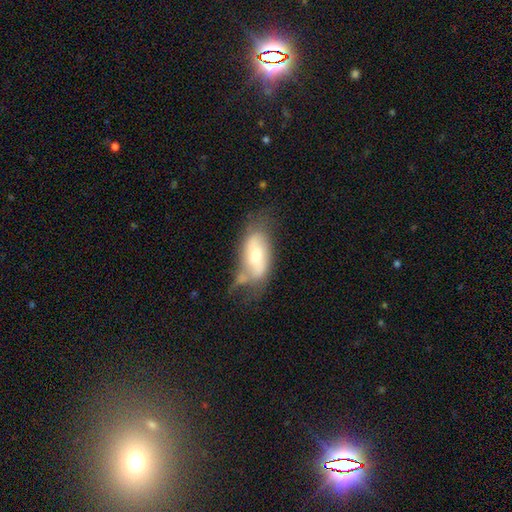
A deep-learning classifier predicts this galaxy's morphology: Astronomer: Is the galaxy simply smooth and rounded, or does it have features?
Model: smooth — 50% (runner-up: featured or disk, 43%).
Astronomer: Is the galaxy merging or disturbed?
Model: none — 40% (runner-up: minor disturbance, 29%).